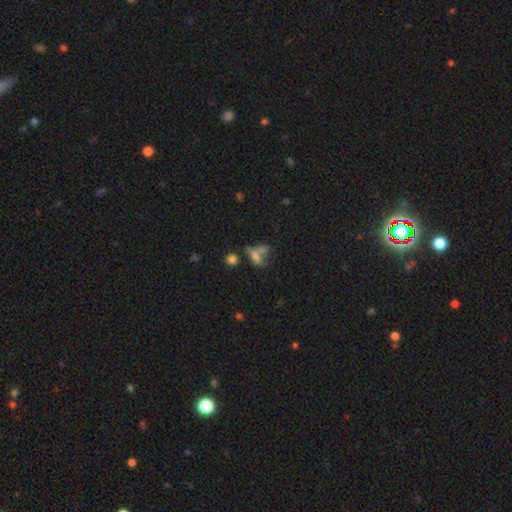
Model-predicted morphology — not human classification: type=smooth (59%); roundness=in between (61%); merging=none (37%).